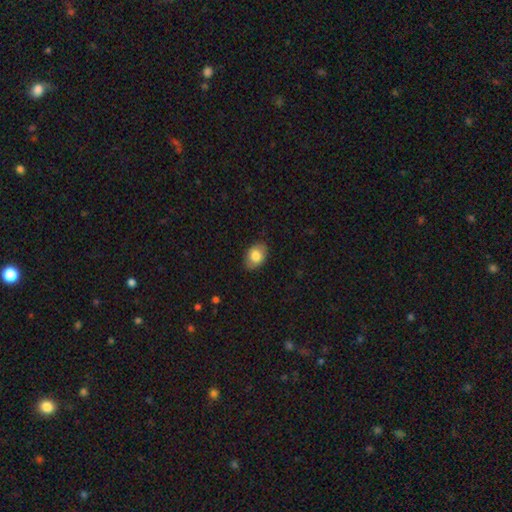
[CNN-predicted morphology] Overall: smooth (79%). How rounded: in between (82%). Merging: none (84%).